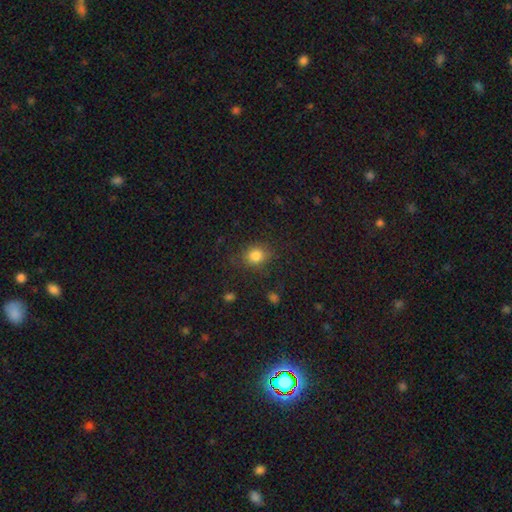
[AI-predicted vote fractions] Overall: smooth (83%). How rounded: round (64%; in between 35%). Merging: none (79%).